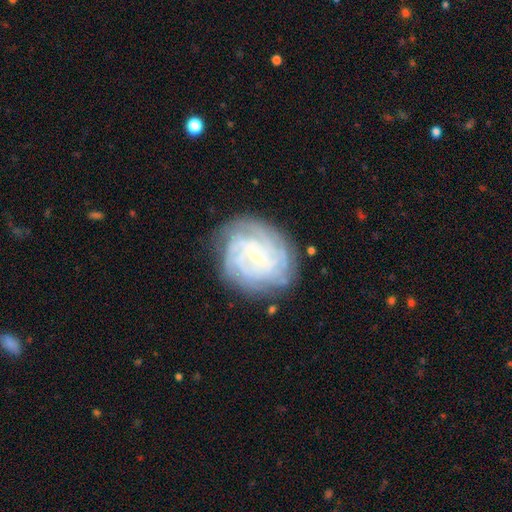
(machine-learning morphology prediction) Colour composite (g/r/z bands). It shows a featured or disk galaxy (83%) with no bar (54%), tight (79%) spiral arms (95%) and a small central bulge (80%). Merging: none (78%).